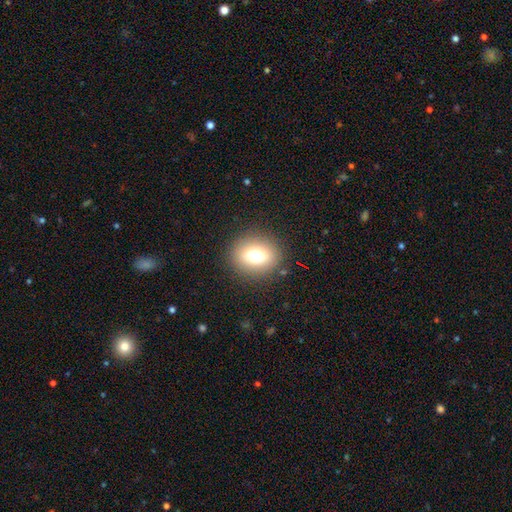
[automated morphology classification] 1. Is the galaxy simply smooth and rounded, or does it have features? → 77% smooth, 12% featured or disk, 11% star or artifact.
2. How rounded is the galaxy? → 56% round, 43% in between, 1% cigar-shaped.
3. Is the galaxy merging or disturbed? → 87% none, 8% minor disturbance, 3% major disturbance, 1% merger.